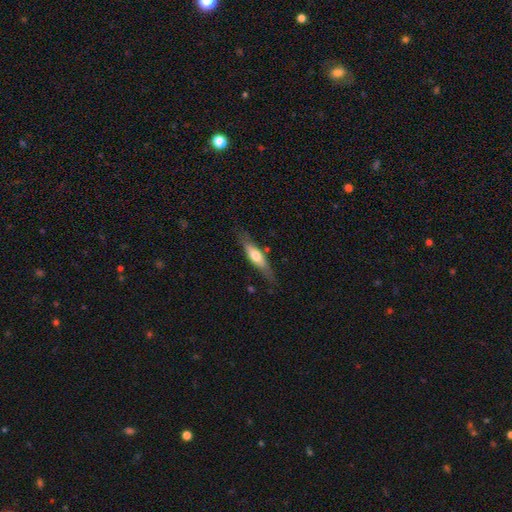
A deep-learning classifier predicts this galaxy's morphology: A smooth galaxy with no disk features (50%). Merging: none (74%).